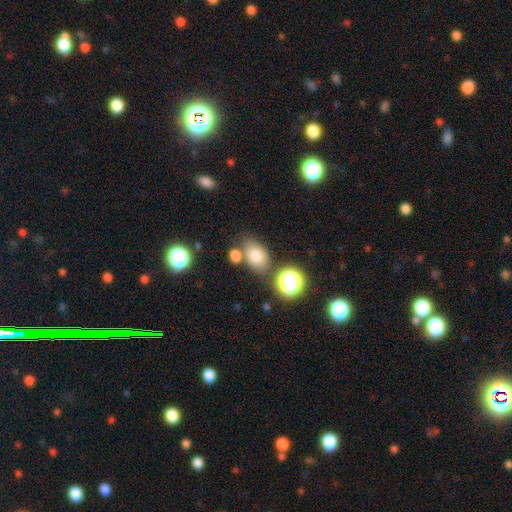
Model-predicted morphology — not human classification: Smooth or featured? smooth (77%)
How rounded? in between (79%)
Merging? none (66%)